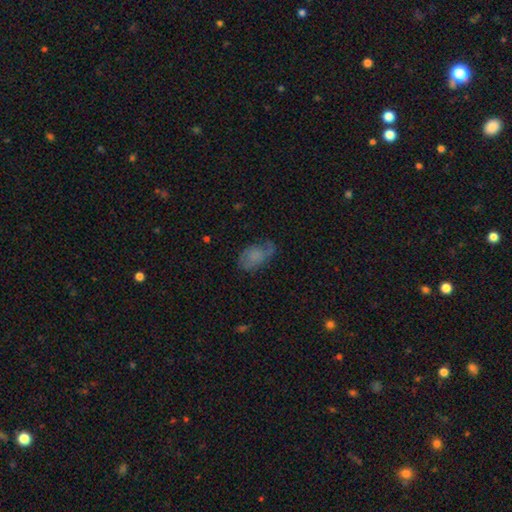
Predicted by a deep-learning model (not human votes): Smooth or featured? Predicted: smooth (p=0.53). How rounded? Predicted: in between (p=0.88). Merging? Predicted: none (p=0.52).